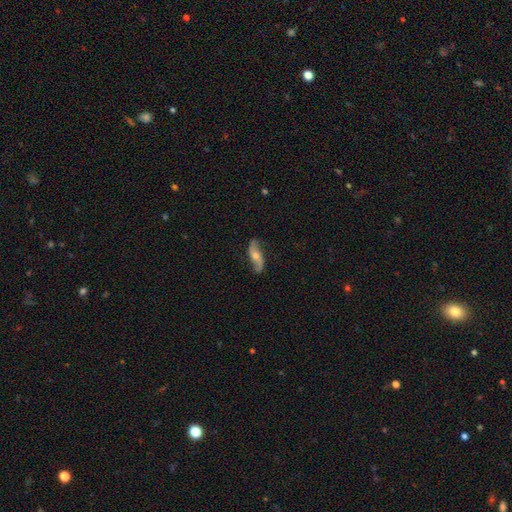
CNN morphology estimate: Q: Smooth or featured?
A: featured or disk (78%); runner-up: smooth (16%)
Q: Edge-on disk?
A: no (88%); runner-up: yes (12%)
Q: Bar?
A: no (61%); runner-up: weak (27%)
Q: Spiral arms?
A: yes (92%); runner-up: no (8%)
Q: Spiral winding?
A: loose (80%); runner-up: medium (14%)
Q: Spiral arm count?
A: 2 (93%); runner-up: can't tell (3%)
Q: Bulge size?
A: moderate (62%); runner-up: small (30%)
Q: Merging?
A: none (80%); runner-up: minor disturbance (14%)